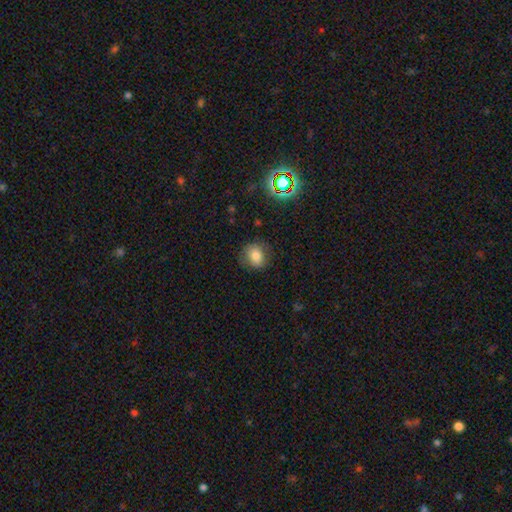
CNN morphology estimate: Smooth or featured: smooth — 76% (featured or disk — 13%)
How rounded: round — 64% (in between — 35%)
Merging: none — 77% (minor disturbance — 16%)